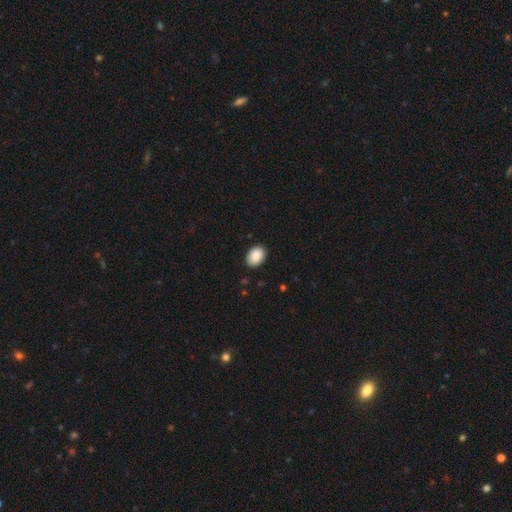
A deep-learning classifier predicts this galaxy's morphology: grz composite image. It shows a smooth galaxy with no disk features (89%) that is in between round and cigar-shaped (81%). Merging: none (88%).